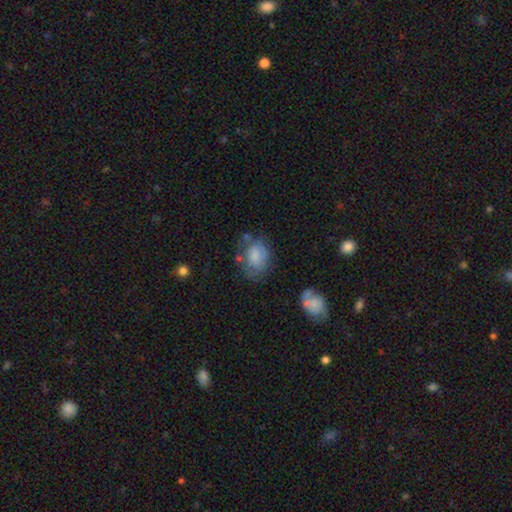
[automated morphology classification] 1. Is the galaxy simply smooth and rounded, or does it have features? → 64% smooth, 27% featured or disk, 9% star or artifact.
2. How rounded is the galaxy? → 65% in between, 34% round, 1% cigar-shaped.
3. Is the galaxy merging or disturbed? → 49% none, 28% minor disturbance, 17% major disturbance, 7% merger.